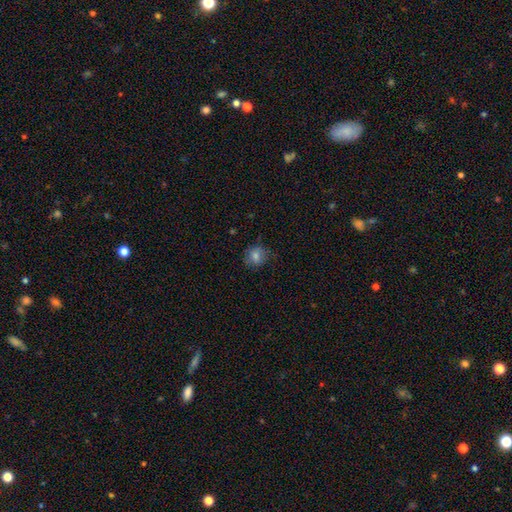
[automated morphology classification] smooth_or_featured: smooth (p=0.77) [alt: featured or disk p=0.12]
how_rounded: round (p=0.75) [alt: in between p=0.24]
merging: none (p=0.76) [alt: minor disturbance p=0.17]